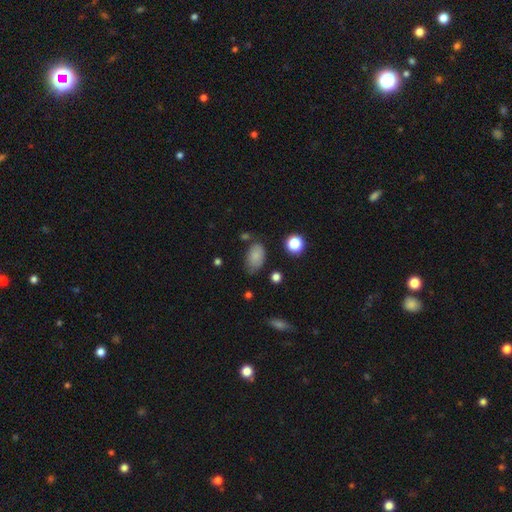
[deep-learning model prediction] This appears to be a smooth galaxy with no disk features (82%) that is in between round and cigar-shaped (89%). Merging: none (59%).